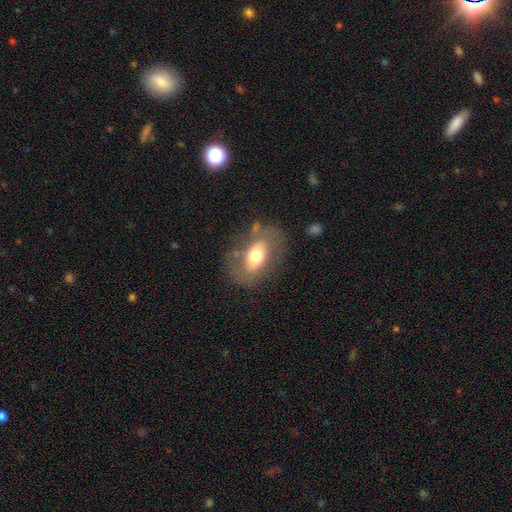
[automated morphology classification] This is possibly a smooth galaxy (54%). How rounded: clearly in between (84%). Merging: likely none (68%).